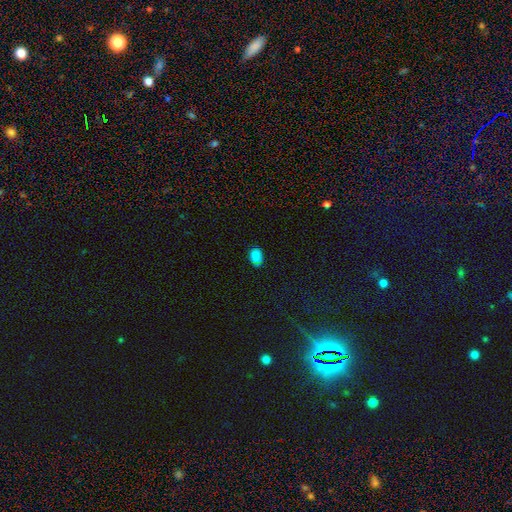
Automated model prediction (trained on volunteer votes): This appears to be a smooth galaxy with no disk features (78%) that is in between round and cigar-shaped (67%). Merging: none (63%).